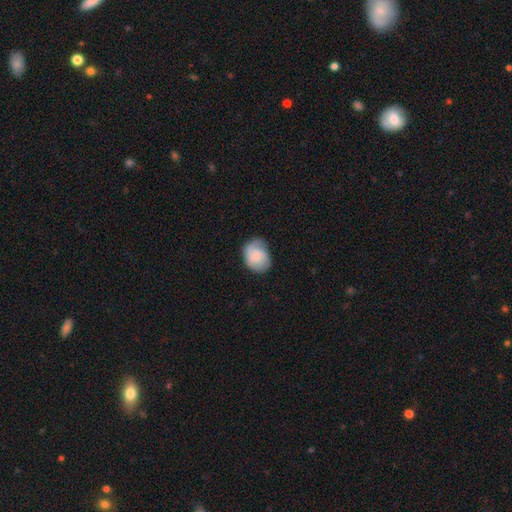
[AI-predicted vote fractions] featured or disk 47%, smooth 46%, star or artifact 7%. Down the decision tree: merging — none (64%).